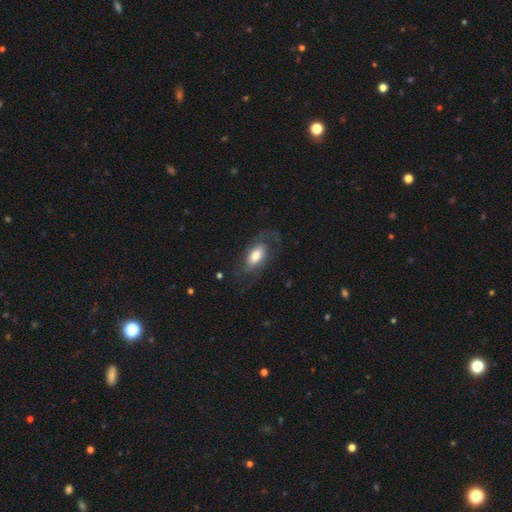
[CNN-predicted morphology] The model was most divided on "smooth or featured": featured or disk: 48%, smooth: 46%, star or artifact: 6%. More confident: merging — none (56%).